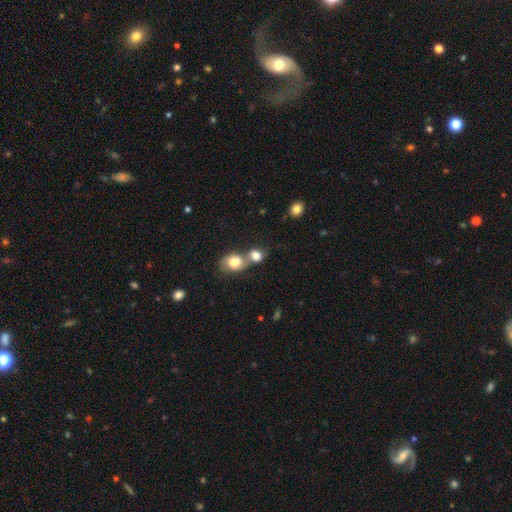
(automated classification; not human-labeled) The model was most divided on "how rounded": round: 64%, in between: 34%, cigar-shaped: 2%. More confident: smooth or featured — smooth (77%); merging — merger (61%).